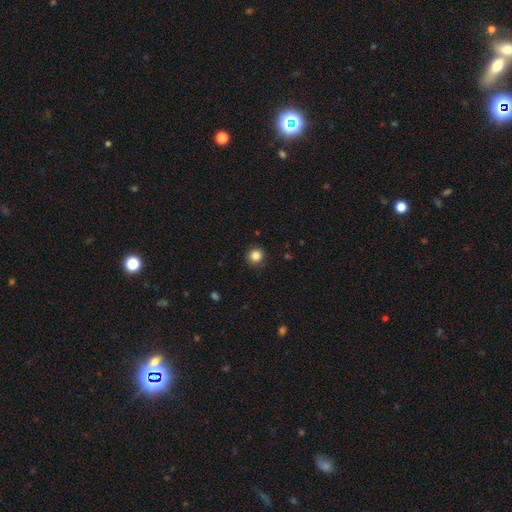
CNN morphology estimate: Q: Smooth or featured?
A: smooth (85%); runner-up: star or artifact (11%)
Q: How rounded?
A: round (93%); runner-up: in between (6%)
Q: Merging?
A: none (90%); runner-up: minor disturbance (7%)